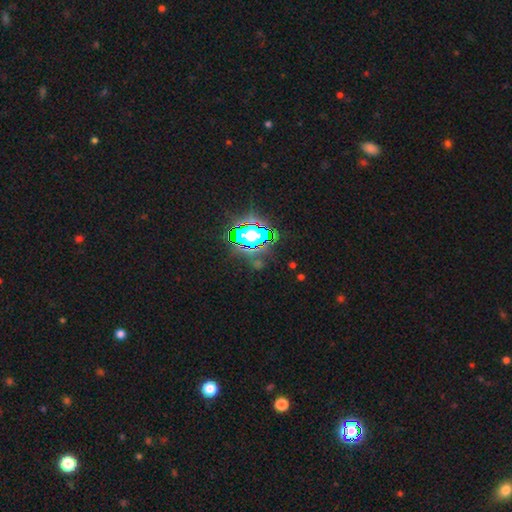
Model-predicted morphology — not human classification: smooth_or_featured: star or artifact (p=0.80) [alt: smooth p=0.12]